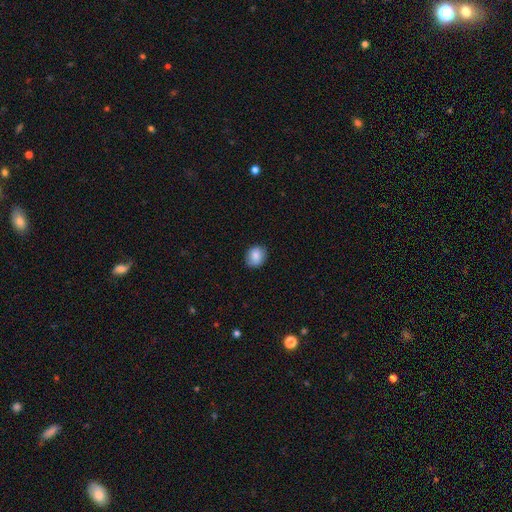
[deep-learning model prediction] smooth 83%, featured or disk 9%, star or artifact 8%. Down the decision tree: how rounded — round (66%); merging — none (84%).